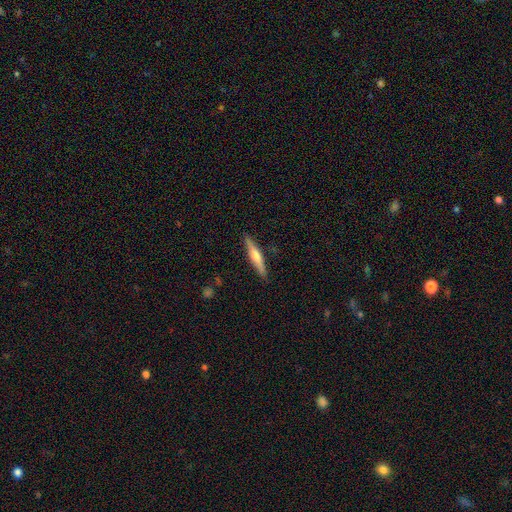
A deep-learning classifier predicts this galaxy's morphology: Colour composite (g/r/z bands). It shows a featured or disk galaxy (52%) viewed edge-on (97%) with a rounded central bulge (80%). Merging: none (90%).